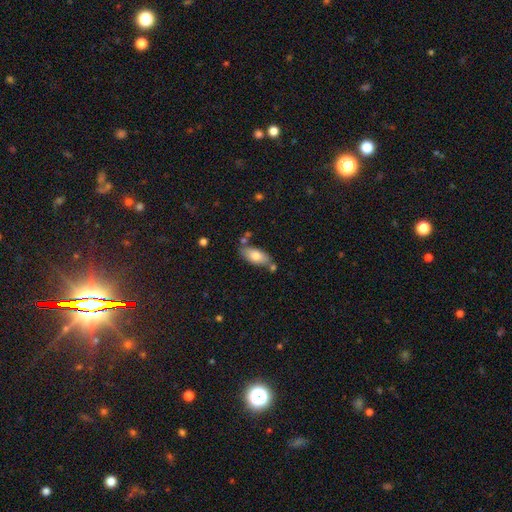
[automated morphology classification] This is likely a smooth galaxy (75%). How rounded: clearly in between (86%). Merging: likely none (70%).